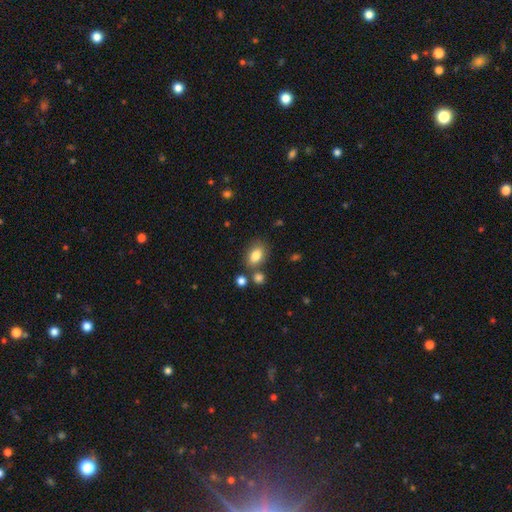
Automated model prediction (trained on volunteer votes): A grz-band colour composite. It shows a smooth galaxy with no disk features (83%) that is in between round and cigar-shaped (82%). Merging: none (69%).